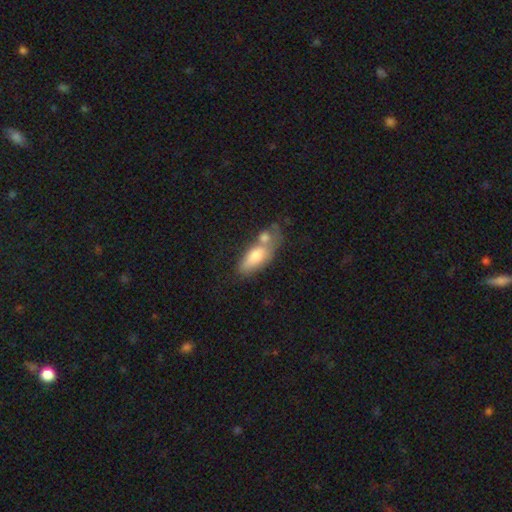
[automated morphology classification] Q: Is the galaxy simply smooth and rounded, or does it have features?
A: smooth — 71%.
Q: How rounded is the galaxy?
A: in between — 74%.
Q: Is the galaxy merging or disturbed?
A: merger — 39%.